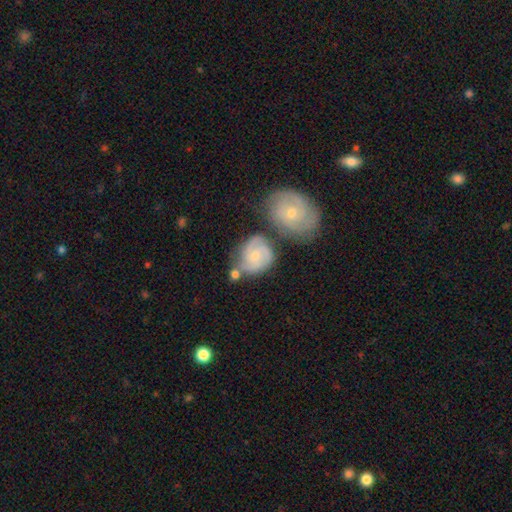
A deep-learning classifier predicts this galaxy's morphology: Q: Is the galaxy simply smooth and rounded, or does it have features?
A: featured or disk — 74%.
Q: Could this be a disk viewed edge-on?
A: no — 98%.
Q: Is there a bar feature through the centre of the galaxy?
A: no — 67%.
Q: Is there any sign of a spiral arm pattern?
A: yes — 95%.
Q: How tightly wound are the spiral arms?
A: tight — 54%.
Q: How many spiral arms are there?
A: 3 — 38%.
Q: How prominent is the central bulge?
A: small — 64%.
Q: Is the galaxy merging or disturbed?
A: none — 48%.